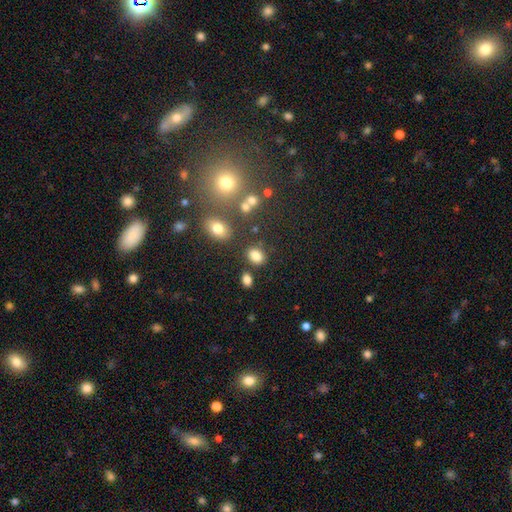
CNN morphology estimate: type=smooth (82%); roundness=in between (72%); merging=none (74%).